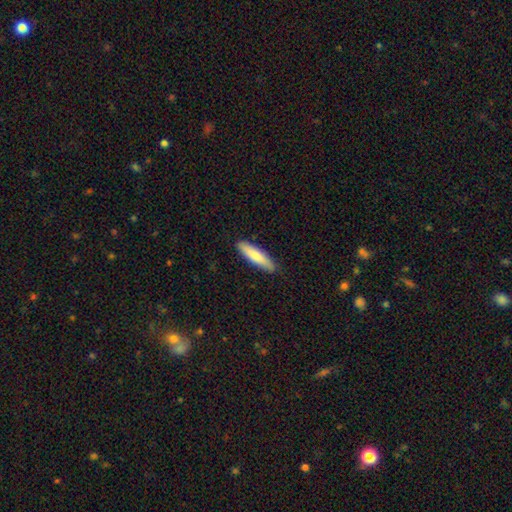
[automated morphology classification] Smooth or featured? Predicted: smooth (p=0.79). How rounded? Predicted: cigar-shaped (p=0.71). Merging? Predicted: none (p=0.86).